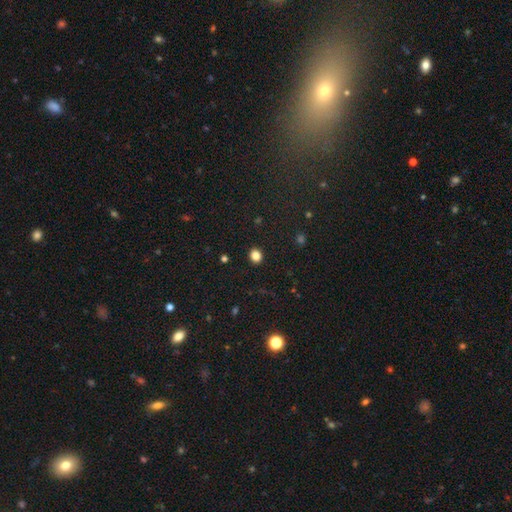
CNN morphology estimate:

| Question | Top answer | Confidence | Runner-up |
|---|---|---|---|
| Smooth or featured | smooth | 84% | star or artifact (12%) |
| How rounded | round | 71% | in between (29%) |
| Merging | none | 91% | minor disturbance (6%) |